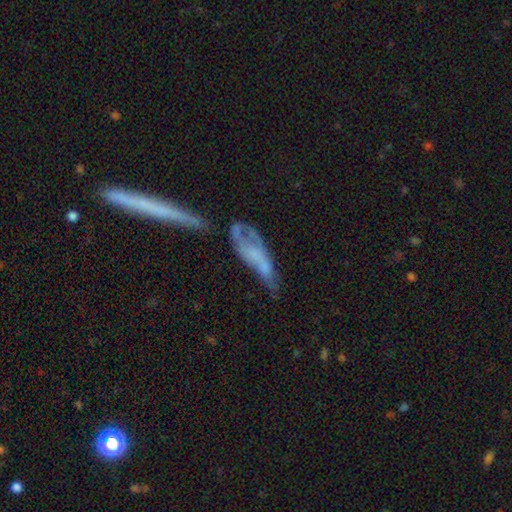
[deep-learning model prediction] A featured or disk galaxy (55%).

Vote fractions:
- Smooth or featured? featured or disk: 55% / smooth: 35% / star or artifact: 11%
- Edge-on disk? no: 66% / yes: 34%
- Merging? none: 29% / major disturbance: 27% / merger: 23% / minor disturbance: 22%